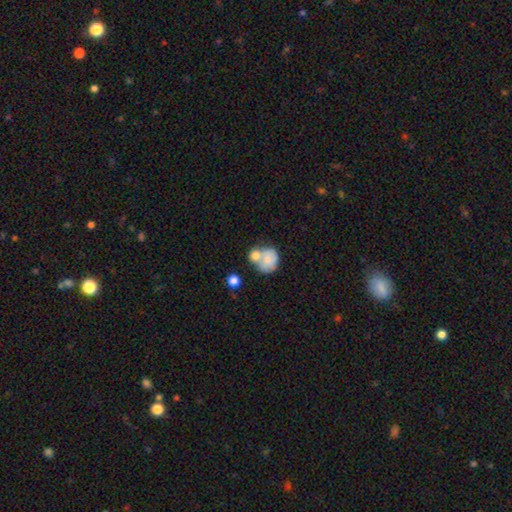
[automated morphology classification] type=smooth (69%); roundness=round (71%); merging=merger (57%).